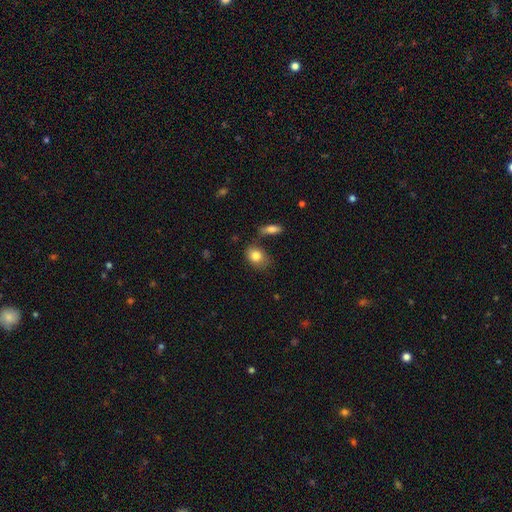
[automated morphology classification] A smooth galaxy with no disk features (81%) that is in between round and cigar-shaped (64%).

Vote fractions:
- Smooth or featured? smooth: 81% / featured or disk: 10% / star or artifact: 8%
- How rounded? in between: 64% / round: 34% / cigar-shaped: 2%
- Merging? none: 61% / minor disturbance: 24% / merger: 8% / major disturbance: 7%